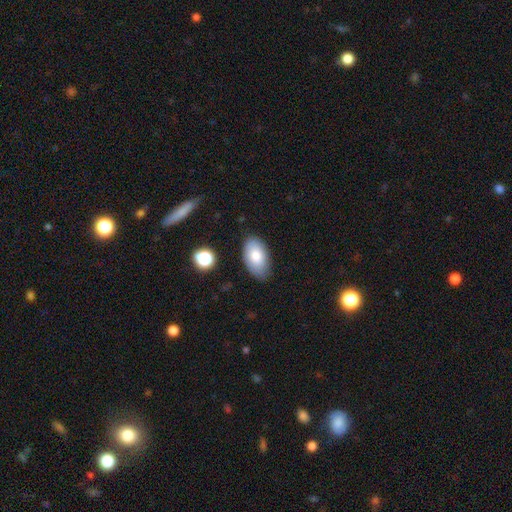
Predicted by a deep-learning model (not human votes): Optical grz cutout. It shows a smooth galaxy with no disk features (80%) that is in between round and cigar-shaped (94%). Merging: none (78%).